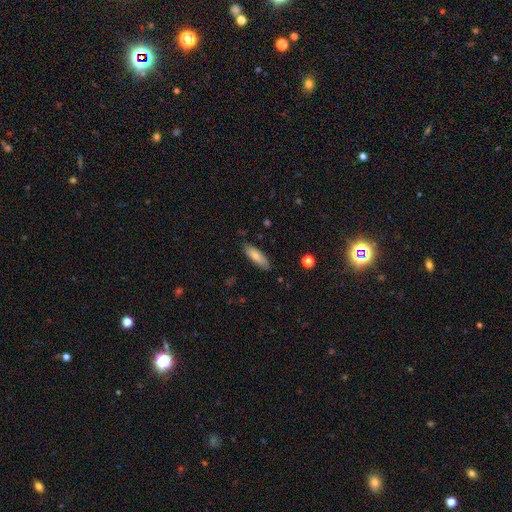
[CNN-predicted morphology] Smooth or featured?
  - smooth: 78% *
  - featured or disk: 16%
  - star or artifact: 6%
How rounded?
  - in between: 58% *
  - cigar-shaped: 40%
  - round: 2%
Merging?
  - none: 81% *
  - minor disturbance: 15%
  - major disturbance: 3%
  - merger: 1%